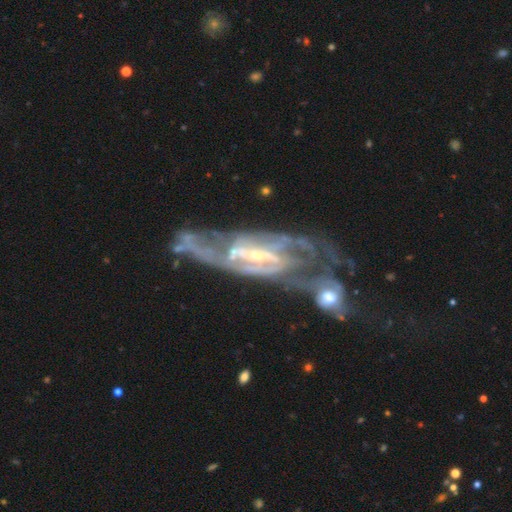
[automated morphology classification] smooth_or_featured: featured or disk (p=0.87) [alt: star or artifact p=0.07]
disk_edge_on: no (p=0.90) [alt: yes p=0.10]
bar: strong (p=0.48) [alt: weak p=0.34]
has_spiral_arms: yes (p=0.89) [alt: no p=0.11]
spiral_winding: tight (p=0.41) [alt: medium p=0.40]
spiral_arm_count: 2 (p=0.47) [alt: can't tell p=0.31]
bulge_size: small (p=0.62) [alt: moderate p=0.30]
merging: merger (p=0.37) [alt: none p=0.27]